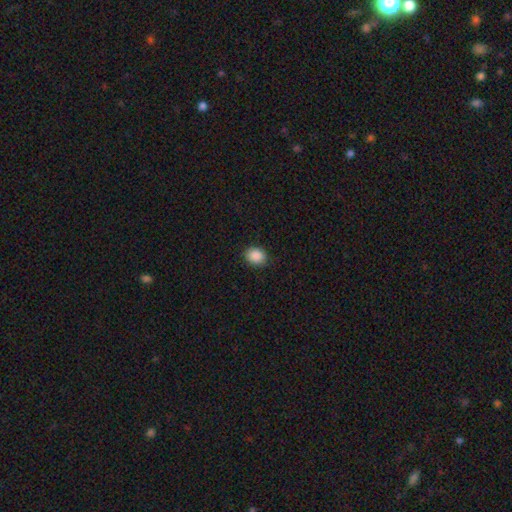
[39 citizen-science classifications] Smooth or featured: smooth — 82% (star or artifact — 13%)
How rounded: round — 62% (in between — 38%)
Merging: none — 91% (major disturbance — 6%)